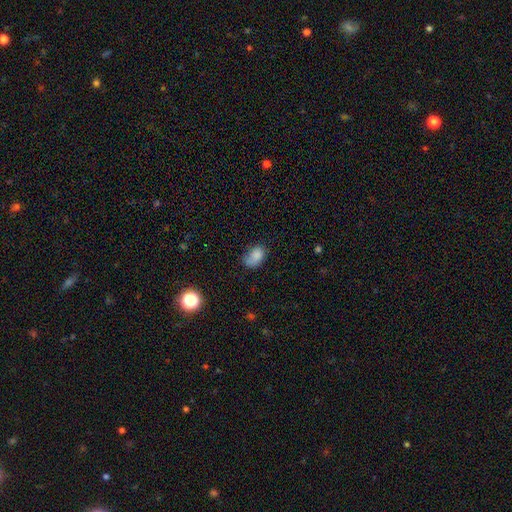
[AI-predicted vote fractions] smooth 80%, featured or disk 10%, star or artifact 10%. Down the decision tree: how rounded — in between (82%); merging — none (47%).